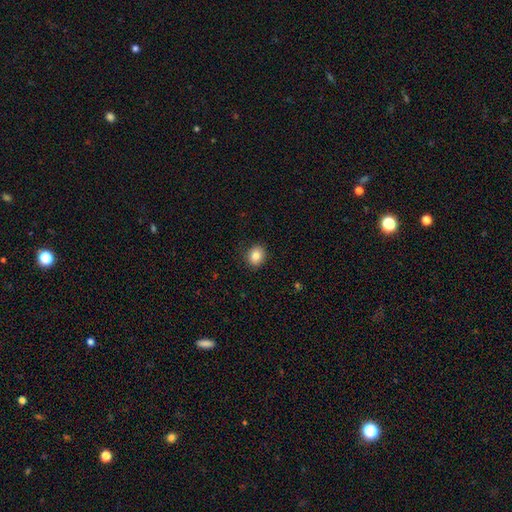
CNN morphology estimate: A smooth galaxy with no disk features (83%) that is round (71%). Merging: none (87%).